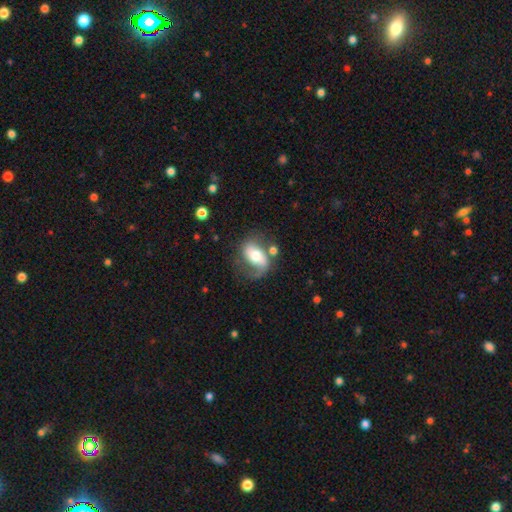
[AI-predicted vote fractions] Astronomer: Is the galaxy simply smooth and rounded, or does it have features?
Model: featured or disk — 63%.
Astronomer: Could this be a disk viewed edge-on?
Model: no — 96%.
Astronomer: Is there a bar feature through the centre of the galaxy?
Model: no — 43% (runner-up: weak, 34%).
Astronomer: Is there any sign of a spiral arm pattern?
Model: yes — 84%.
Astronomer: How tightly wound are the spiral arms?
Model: loose — 48% (runner-up: medium, 37%).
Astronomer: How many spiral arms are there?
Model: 2 — 58% (runner-up: 1, 34%).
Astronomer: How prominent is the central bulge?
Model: moderate — 63%.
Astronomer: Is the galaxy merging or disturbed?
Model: none — 48%.